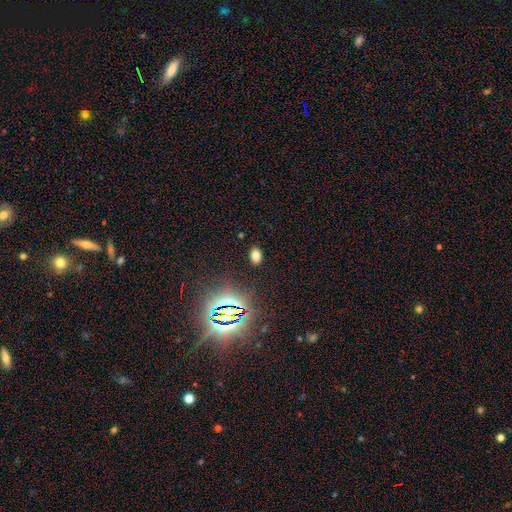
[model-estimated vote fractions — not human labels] Smooth or featured? smooth (71%)
How rounded? in between (87%)
Merging? none (88%)